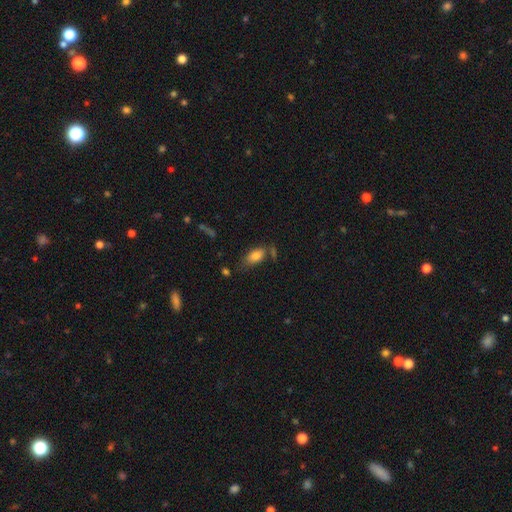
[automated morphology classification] Smooth or featured? smooth (78%)
How rounded? in between (90%)
Merging? none (60%)